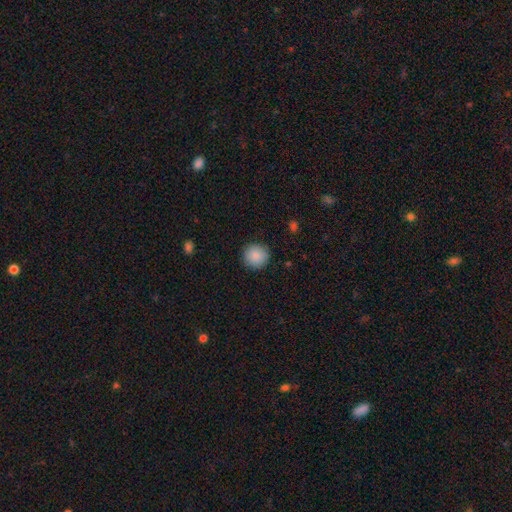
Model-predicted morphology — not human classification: smooth_or_featured: smooth (p=0.88) [alt: star or artifact p=0.08]
how_rounded: round (p=0.94) [alt: in between p=0.05]
merging: none (p=0.90) [alt: minor disturbance p=0.07]